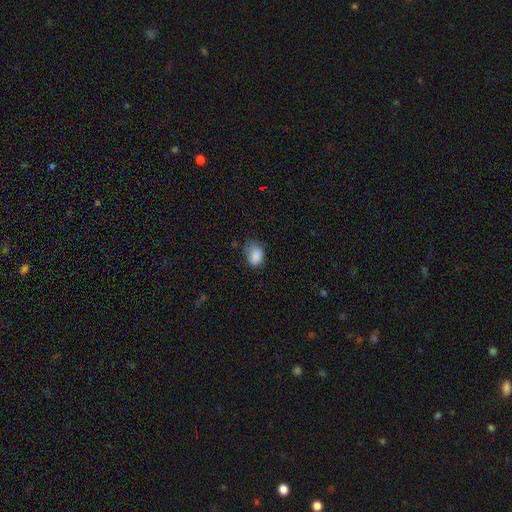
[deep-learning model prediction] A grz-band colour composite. It shows a smooth galaxy with no disk features (85%) that is in between round and cigar-shaped (73%). Merging: none (51%).